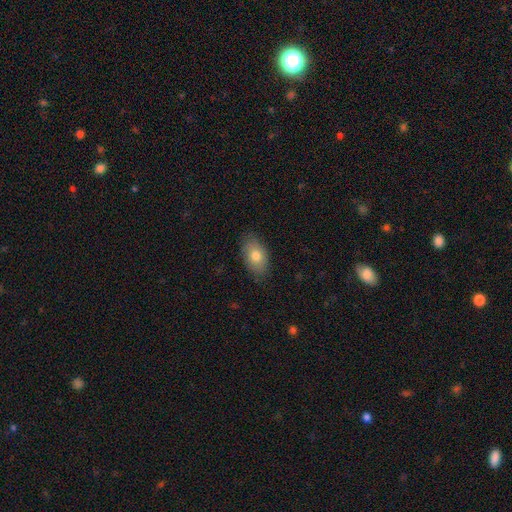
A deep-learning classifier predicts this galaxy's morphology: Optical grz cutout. It shows a smooth galaxy with no disk features (77%) that is in between round and cigar-shaped (91%). Merging: none (82%).